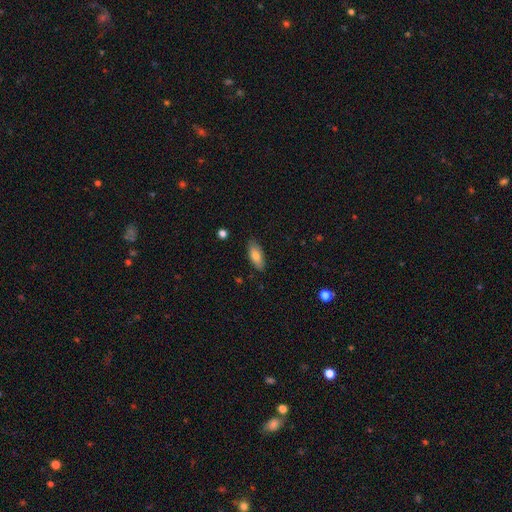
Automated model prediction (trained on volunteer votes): Smooth or featured? Predicted: smooth (p=0.77). How rounded? Predicted: in between (p=0.81). Merging? Predicted: none (p=0.84).